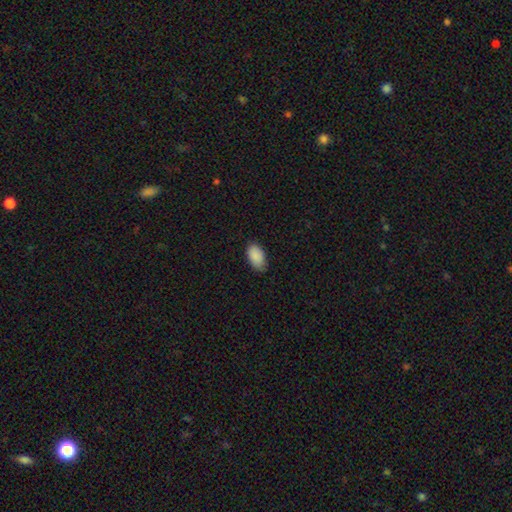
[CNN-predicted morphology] smooth-or-featured: smooth: 90% | star or artifact: 7% | featured or disk: 4%
  how-rounded: in between: 94% | round: 4% | cigar-shaped: 2%
  merging: none: 75% | minor disturbance: 21% | major disturbance: 3% | merger: 1%